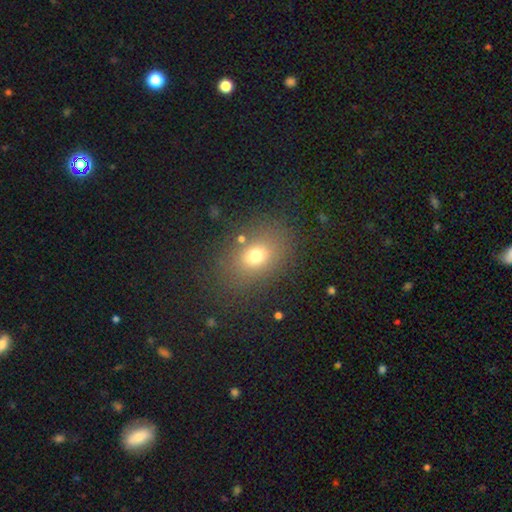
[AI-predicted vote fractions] Smooth or featured?
  - smooth: 70% *
  - star or artifact: 18%
  - featured or disk: 12%
How rounded?
  - in between: 59% *
  - round: 40%
  - cigar-shaped: 1%
Merging?
  - none: 79% *
  - minor disturbance: 11%
  - major disturbance: 6%
  - merger: 3%